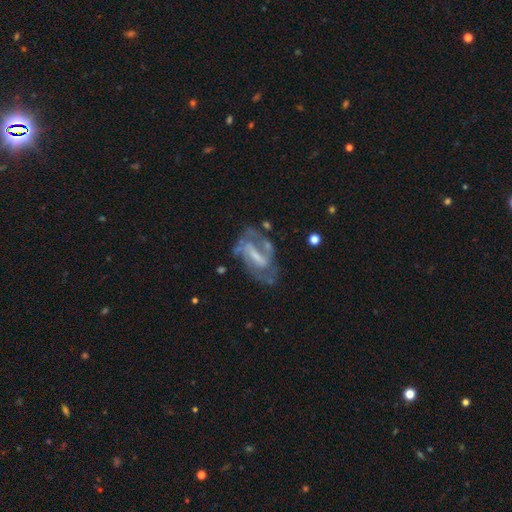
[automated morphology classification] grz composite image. It shows a featured or disk galaxy (81%) with a strong bar (51%), 2 (59%) medium (46%) spiral arms (84%) and a small central bulge (34%). Merging: none (53%).